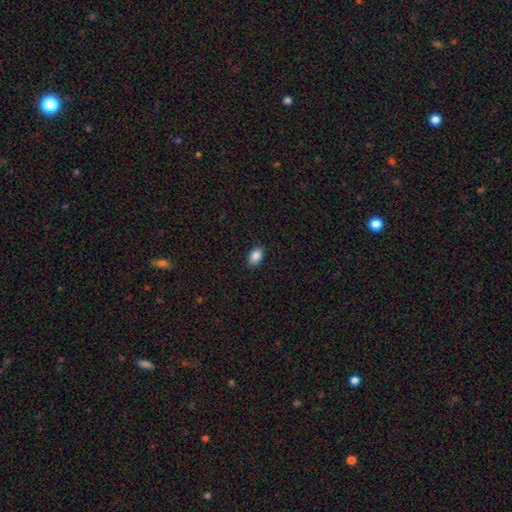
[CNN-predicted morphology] Smooth or featured?
  - smooth: 87% *
  - star or artifact: 8%
  - featured or disk: 5%
How rounded?
  - in between: 87% *
  - round: 11%
  - cigar-shaped: 1%
Merging?
  - none: 88% *
  - minor disturbance: 9%
  - major disturbance: 2%
  - merger: 1%